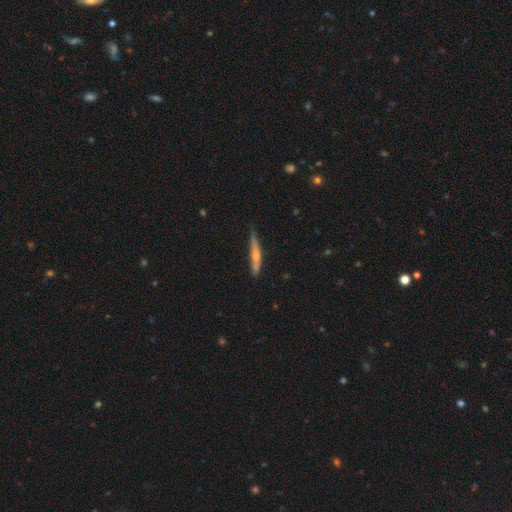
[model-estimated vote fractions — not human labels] smooth_or_featured: featured or disk (p=0.47) [tied with: smooth p=0.47]
merging: none (p=0.67) [alt: minor disturbance p=0.26]